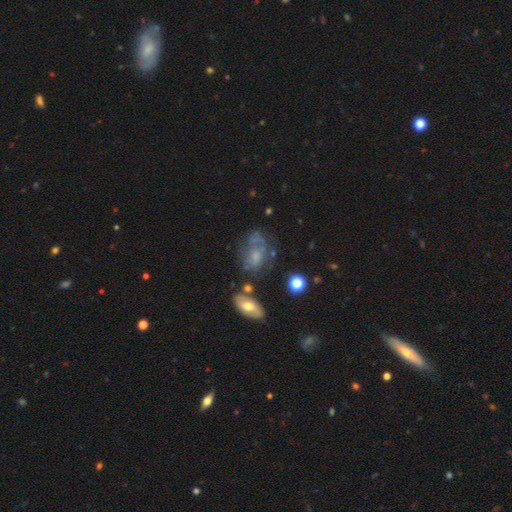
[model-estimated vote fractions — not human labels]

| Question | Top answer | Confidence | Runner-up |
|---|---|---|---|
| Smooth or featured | featured or disk | 48% | smooth (39%) |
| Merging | none | 39% | minor disturbance (25%) |